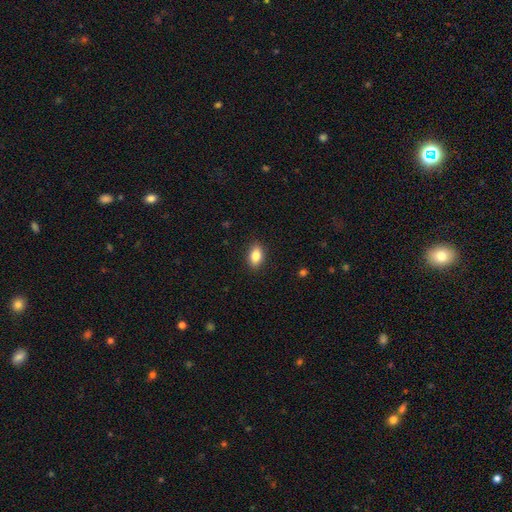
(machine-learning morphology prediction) The model was most divided on "smooth or featured": smooth: 83%, featured or disk: 9%, star or artifact: 8%. More confident: merging — none (89%); how rounded — in between (87%).